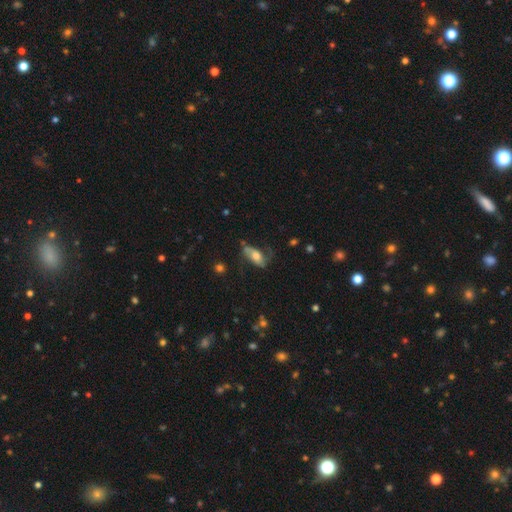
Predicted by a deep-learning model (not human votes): This appears to be a featured or disk galaxy (48%). Merging: none (45%).